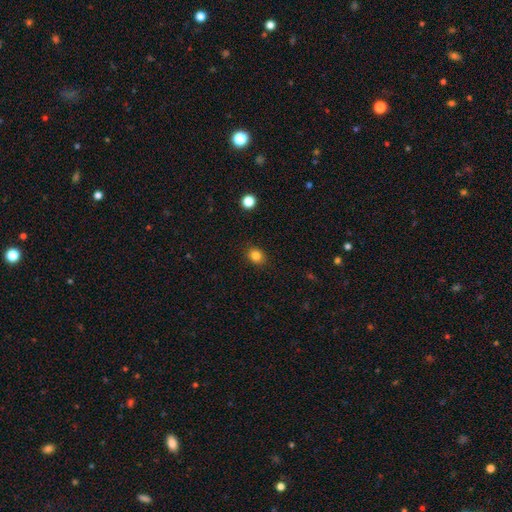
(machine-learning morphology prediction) Q: Smooth or featured?
A: smooth (83%); runner-up: star or artifact (12%)
Q: How rounded?
A: round (60%); runner-up: in between (39%)
Q: Merging?
A: none (89%); runner-up: minor disturbance (8%)